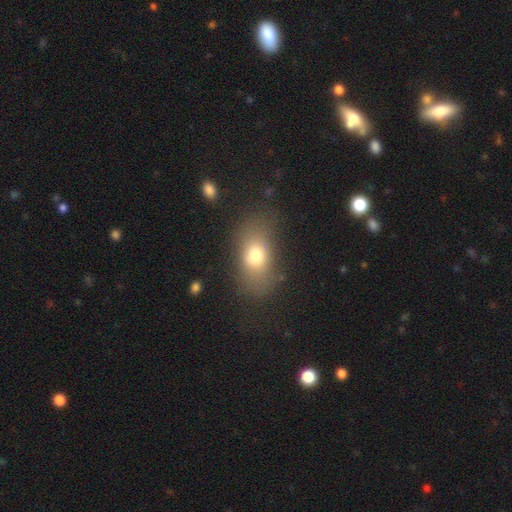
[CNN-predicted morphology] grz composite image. It shows a smooth galaxy with no disk features (72%) that is in between round and cigar-shaped (80%). Merging: none (69%).